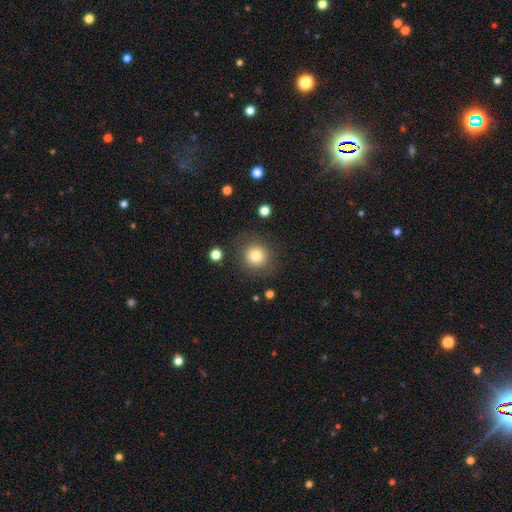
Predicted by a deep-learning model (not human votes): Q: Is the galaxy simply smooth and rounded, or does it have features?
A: smooth — 80%.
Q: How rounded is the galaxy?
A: round — 90%.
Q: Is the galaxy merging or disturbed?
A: none — 83%.